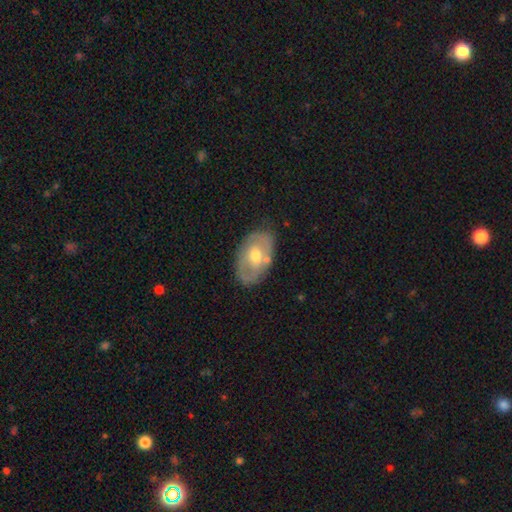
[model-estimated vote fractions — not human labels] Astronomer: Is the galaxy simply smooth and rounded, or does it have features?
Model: featured or disk — 57% (runner-up: smooth, 37%).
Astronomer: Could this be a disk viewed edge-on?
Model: no — 92%.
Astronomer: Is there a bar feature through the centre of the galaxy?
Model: no — 63%.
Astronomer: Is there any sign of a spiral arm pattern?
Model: no — 61% (runner-up: yes, 39%).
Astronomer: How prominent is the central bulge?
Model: moderate — 72%.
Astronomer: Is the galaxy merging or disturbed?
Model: none — 71%.